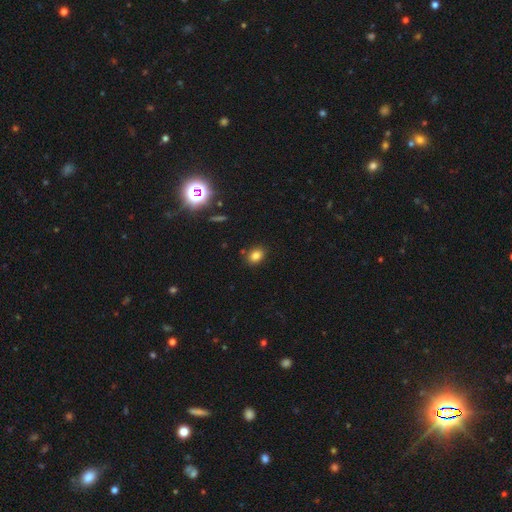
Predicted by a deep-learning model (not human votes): Morphology: type=smooth (82%); roundness=in between (68%); merging=none (84%).